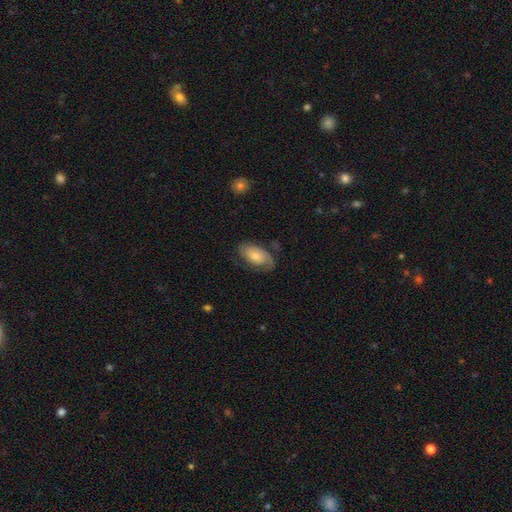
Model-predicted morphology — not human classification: type=featured or disk (52%); edge-on=no (94%); merging=none (64%).